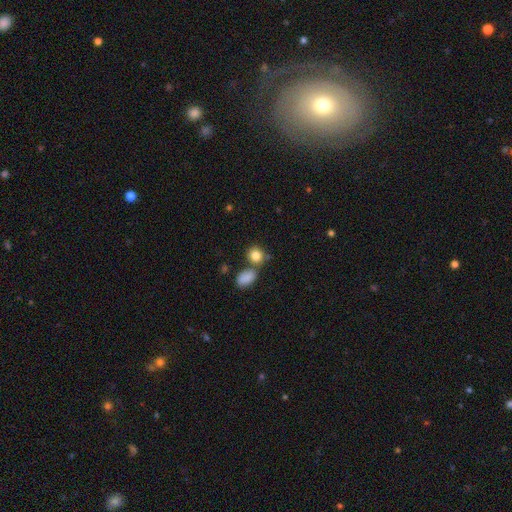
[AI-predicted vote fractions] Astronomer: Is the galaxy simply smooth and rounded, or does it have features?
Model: smooth — 85%.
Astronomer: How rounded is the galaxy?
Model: round — 68%.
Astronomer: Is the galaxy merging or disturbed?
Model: none — 59%.